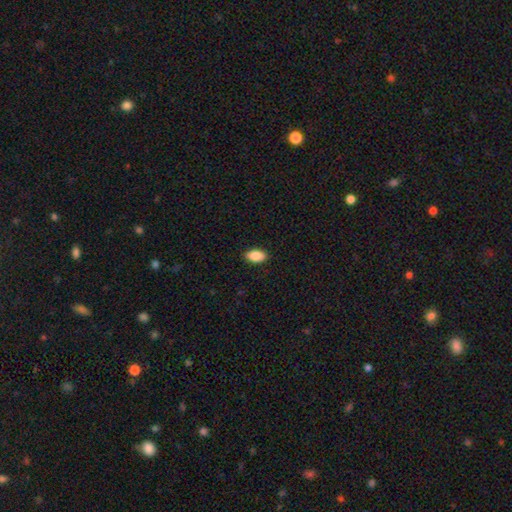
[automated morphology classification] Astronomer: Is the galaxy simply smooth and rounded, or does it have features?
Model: smooth — 88%.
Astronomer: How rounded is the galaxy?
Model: in between — 93%.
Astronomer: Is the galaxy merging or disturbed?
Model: none — 90%.